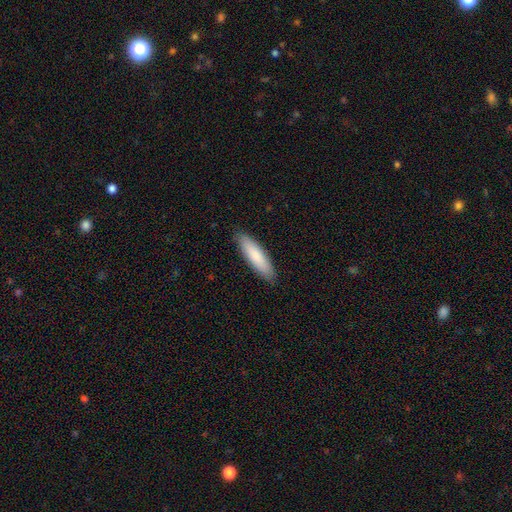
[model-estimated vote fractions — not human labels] Smooth or featured? Predicted: smooth (p=0.83). How rounded? Predicted: cigar-shaped (p=0.70). Merging? Predicted: none (p=0.89).